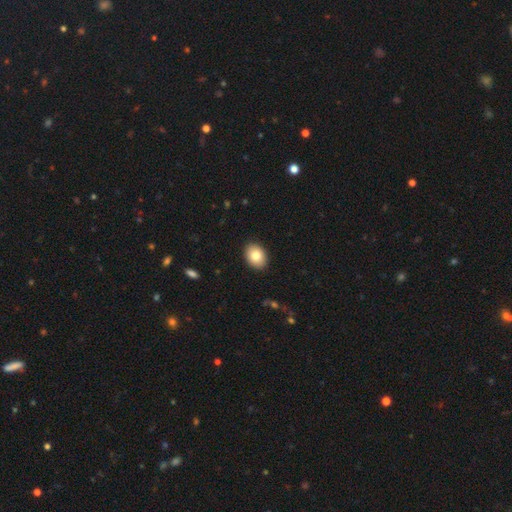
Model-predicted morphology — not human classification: smooth-or-featured: smooth: 83% | featured or disk: 9% | star or artifact: 8%
  how-rounded: in between: 67% | round: 32% | cigar-shaped: 1%
  merging: none: 90% | minor disturbance: 7% | major disturbance: 2% | merger: 1%